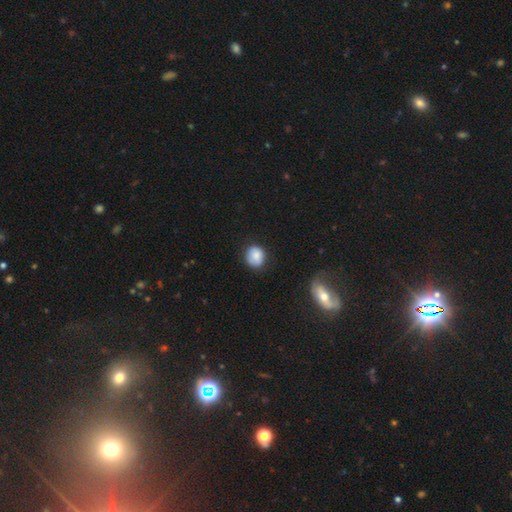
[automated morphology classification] smooth 82%, featured or disk 10%, star or artifact 8%. Down the decision tree: how rounded — round (70%); merging — none (72%).